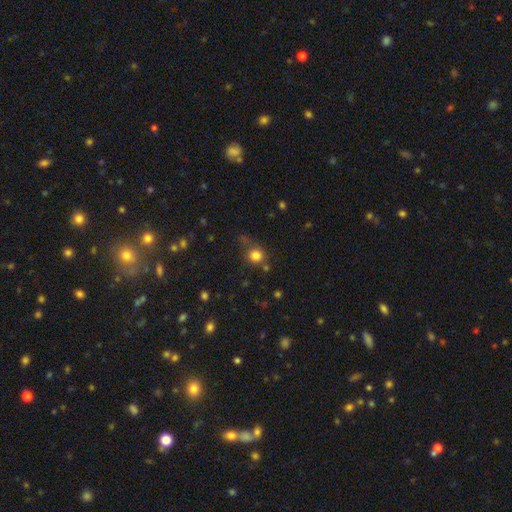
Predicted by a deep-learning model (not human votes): A smooth galaxy with no disk features (80%) that is round (91%). Merging: none (74%).